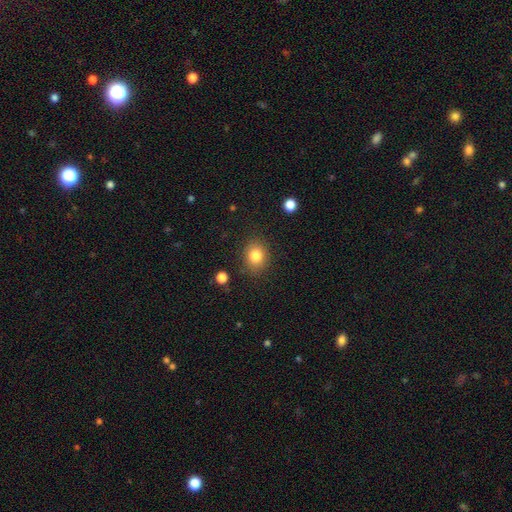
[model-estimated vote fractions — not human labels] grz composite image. It shows a smooth galaxy with no disk features (83%) that is round (61%). Merging: none (85%).